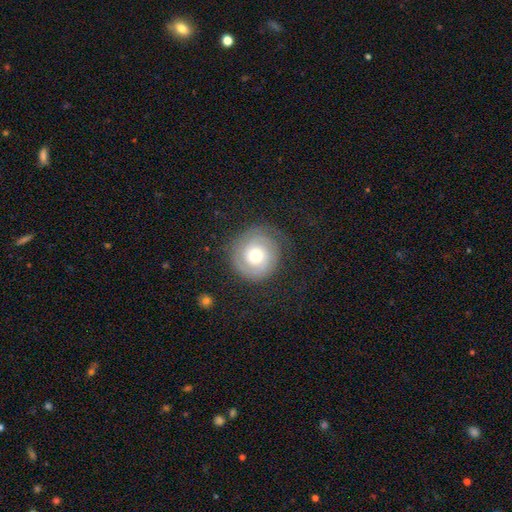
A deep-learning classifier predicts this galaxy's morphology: This is likely a featured or disk galaxy (73%). It is clearly not viewed edge-on (98%). Bar: likely no (77%). Spiral arm pattern: clearly yes (91%). Spiral arm count: likely 2 (60%). Spiral winding: likely tight (74%). Central bulge: likely moderate (69%). Merging: likely none (78%).